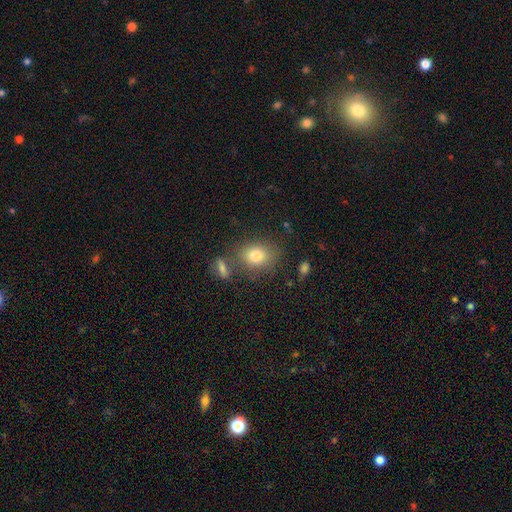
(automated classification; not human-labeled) smooth_or_featured: smooth (p=0.79) [alt: star or artifact p=0.10]
how_rounded: in between (p=0.56) [alt: round p=0.43]
merging: none (p=0.69) [alt: minor disturbance p=0.14]